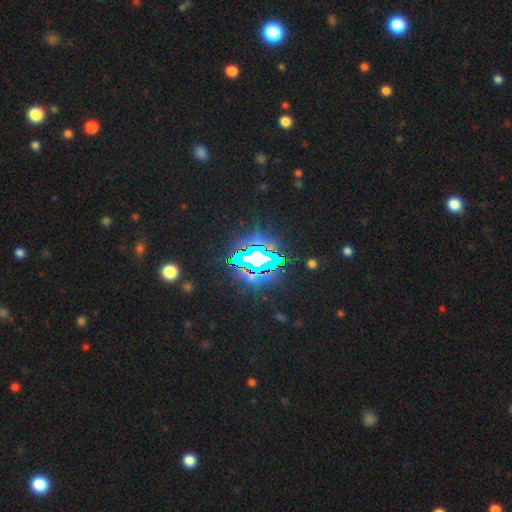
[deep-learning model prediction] A star or artifact, not a galaxy (73%).

Vote fractions:
- Smooth or featured? star or artifact: 73% / smooth: 14% / featured or disk: 13%